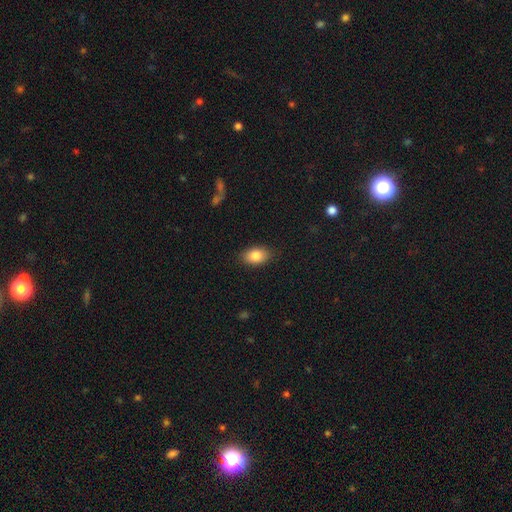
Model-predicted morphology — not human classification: Overall: smooth (85%). How rounded: in between (88%). Merging: none (86%).